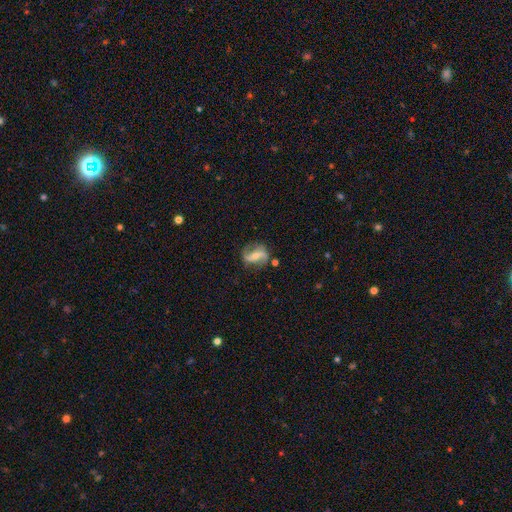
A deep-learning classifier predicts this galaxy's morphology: Smooth or featured? featured or disk (78%)
Edge-on disk? no (96%)
Bar? strong (46%)
Spiral arms? yes (92%)
Spiral winding? loose (56%)
Spiral arm count? 2 (90%)
Bulge size? small (53%)
Merging? none (73%)